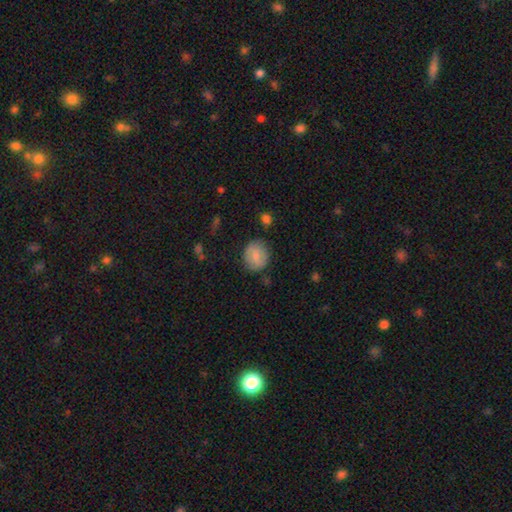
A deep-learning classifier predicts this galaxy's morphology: smooth-or-featured: smooth: 76% | featured or disk: 16% | star or artifact: 8%
  how-rounded: round: 67% | in between: 32% | cigar-shaped: 1%
  merging: none: 77% | minor disturbance: 16% | major disturbance: 4% | merger: 2%